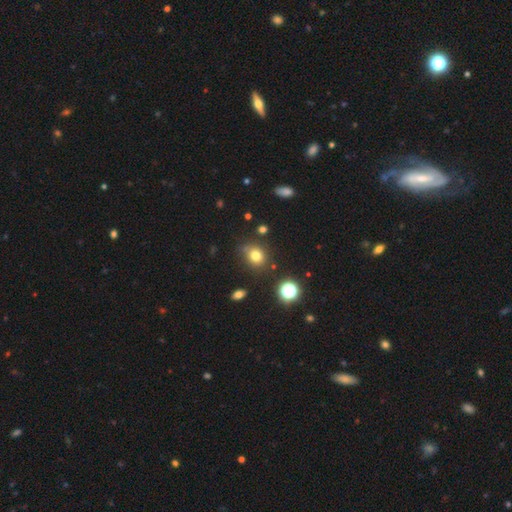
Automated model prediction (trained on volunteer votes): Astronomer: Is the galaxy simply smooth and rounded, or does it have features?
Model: smooth — 76%.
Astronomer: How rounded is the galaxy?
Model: round — 67%.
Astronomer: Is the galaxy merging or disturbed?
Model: none — 75%.